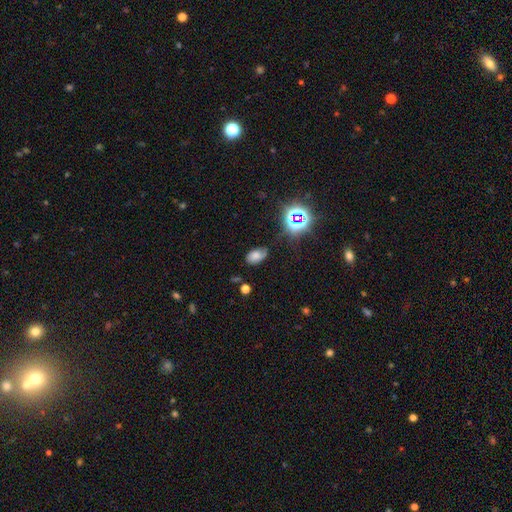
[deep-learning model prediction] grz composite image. It shows a smooth galaxy with no disk features (61%) that is in between round and cigar-shaped (90%). Merging: none (62%).